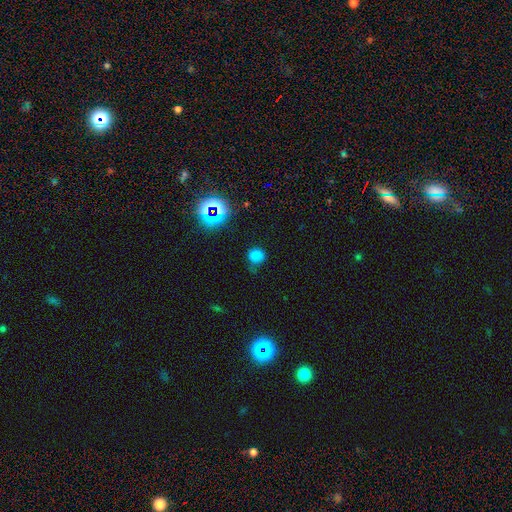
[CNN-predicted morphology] This appears to be a smooth galaxy with no disk features (72%) that is round (82%). Merging: none (64%).